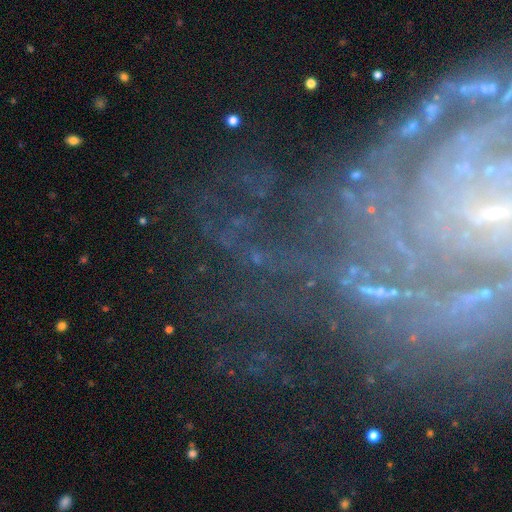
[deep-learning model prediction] smooth-or-featured: star or artifact: 51% | featured or disk: 36% | smooth: 13%